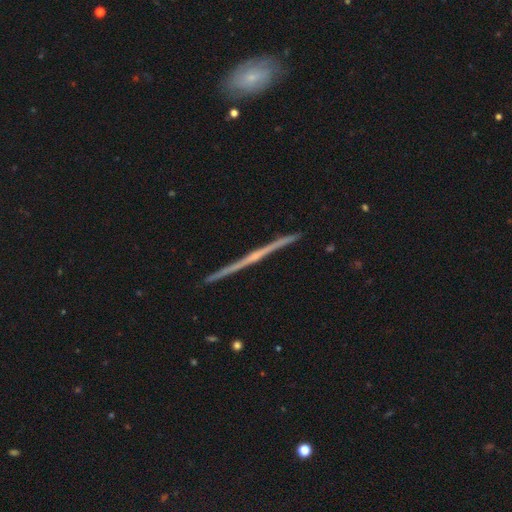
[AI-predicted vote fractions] A featured or disk galaxy (80%) viewed edge-on (98%) with no central bulge (57%). Merging: none (92%).